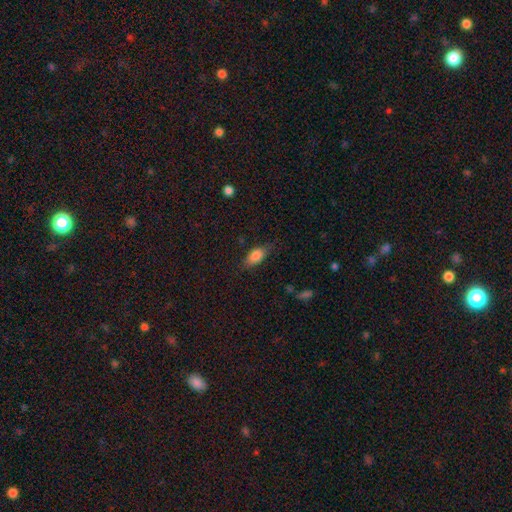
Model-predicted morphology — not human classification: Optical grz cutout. It shows a smooth galaxy with no disk features (81%) that is in between round and cigar-shaped (85%). Merging: none (73%).